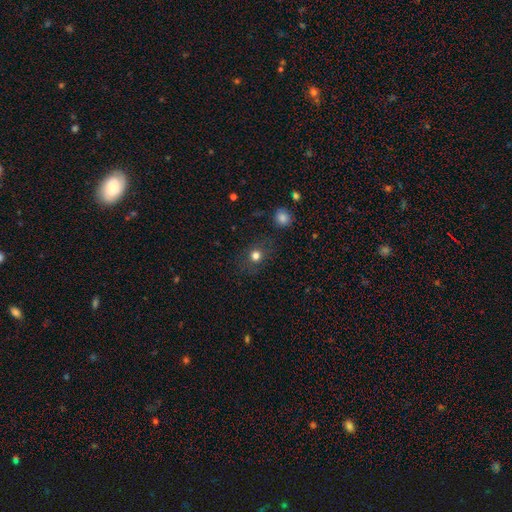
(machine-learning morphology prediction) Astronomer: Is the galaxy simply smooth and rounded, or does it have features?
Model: smooth — 73%.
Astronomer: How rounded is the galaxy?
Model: round — 83%.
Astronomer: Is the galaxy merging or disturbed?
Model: none — 82%.